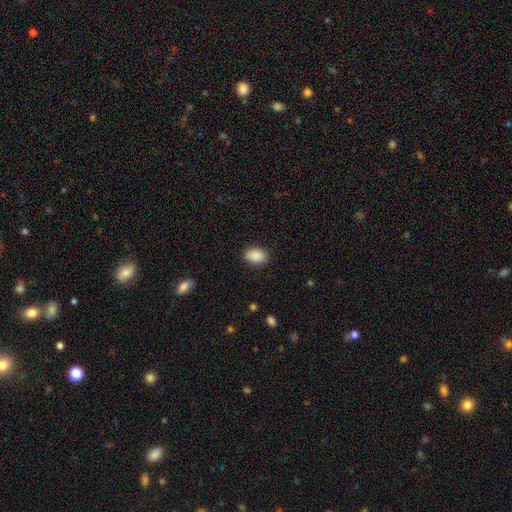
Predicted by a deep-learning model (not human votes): Smooth or featured? smooth (90%)
How rounded? in between (86%)
Merging? none (87%)